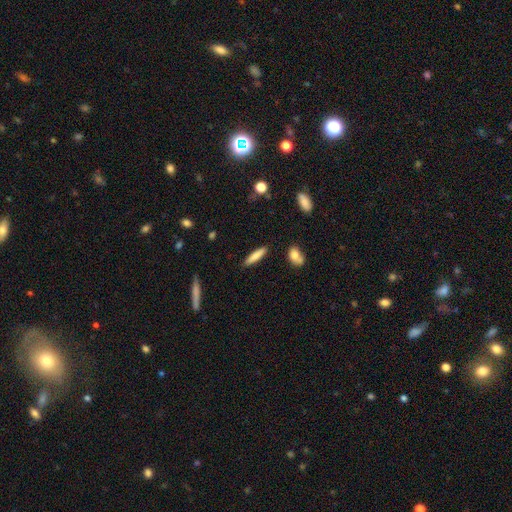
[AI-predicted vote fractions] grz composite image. It shows a smooth galaxy with no disk features (79%) that is cigar-shaped (82%). Merging: none (88%).